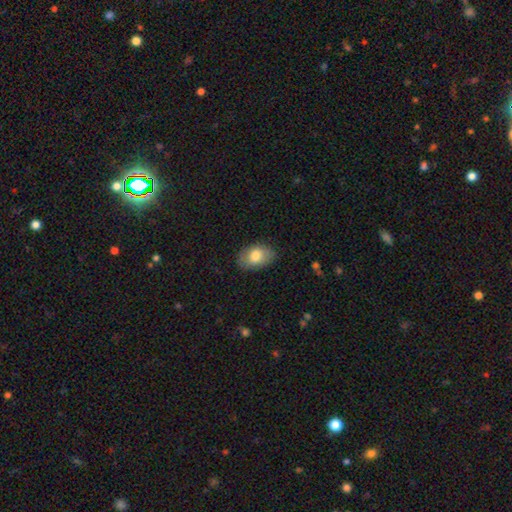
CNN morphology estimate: smooth_or_featured: smooth (p=0.78) [alt: featured or disk p=0.16]
how_rounded: in between (p=0.89) [alt: round p=0.10]
merging: none (p=0.80) [alt: minor disturbance p=0.15]